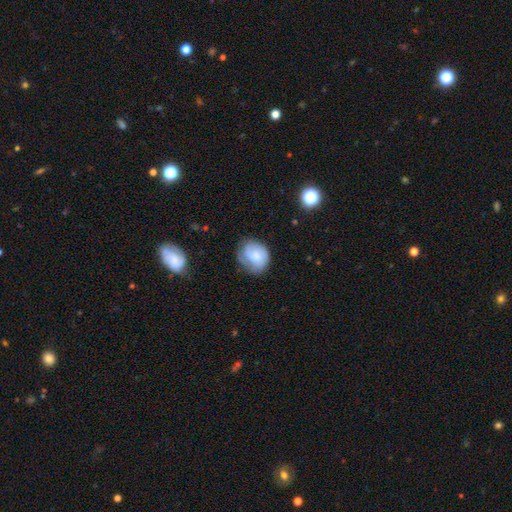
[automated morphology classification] smooth 60%, featured or disk 32%, star or artifact 8%. Down the decision tree: how rounded — round (59%); merging — none (59%).